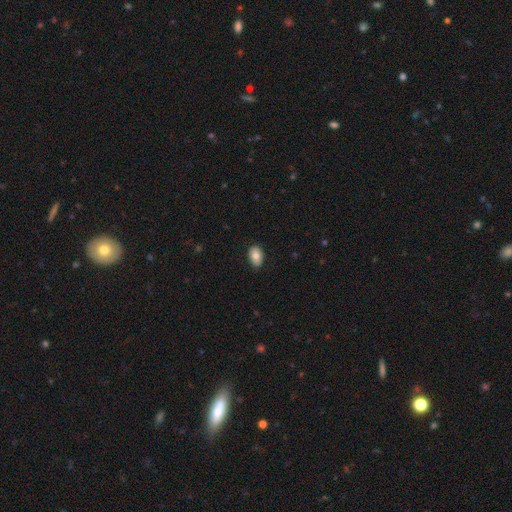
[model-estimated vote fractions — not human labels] A smooth galaxy with no disk features (79%) that is in between round and cigar-shaped (86%).

Vote fractions:
- Smooth or featured? smooth: 79% / featured or disk: 14% / star or artifact: 7%
- How rounded? in between: 86% / round: 13% / cigar-shaped: 1%
- Merging? none: 85% / minor disturbance: 12% / major disturbance: 2% / merger: 1%